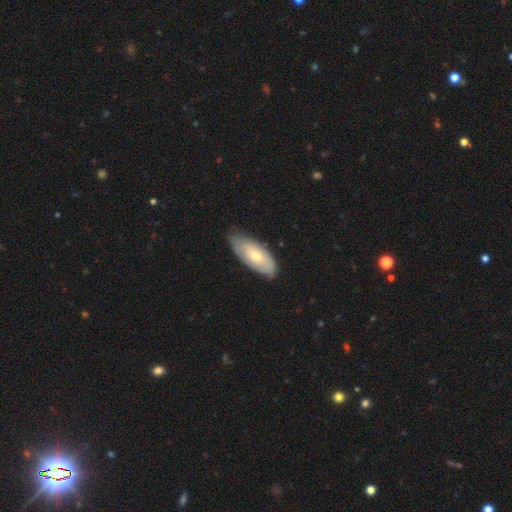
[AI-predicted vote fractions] Smooth or featured: smooth — 56% (featured or disk — 39%)
How rounded: in between — 85% (cigar-shaped — 13%)
Merging: none — 68% (minor disturbance — 26%)